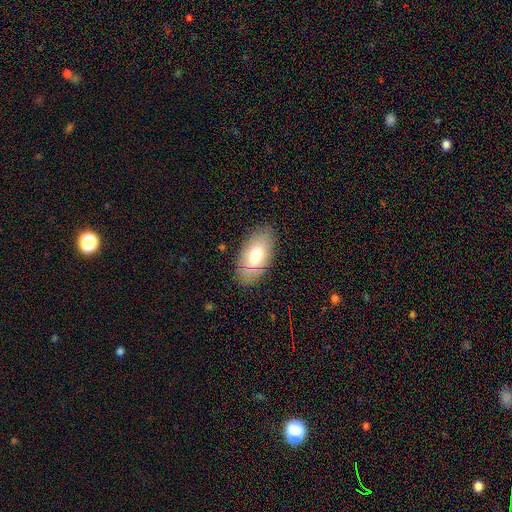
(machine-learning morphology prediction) type=smooth (70%); roundness=in between (93%); merging=none (84%).